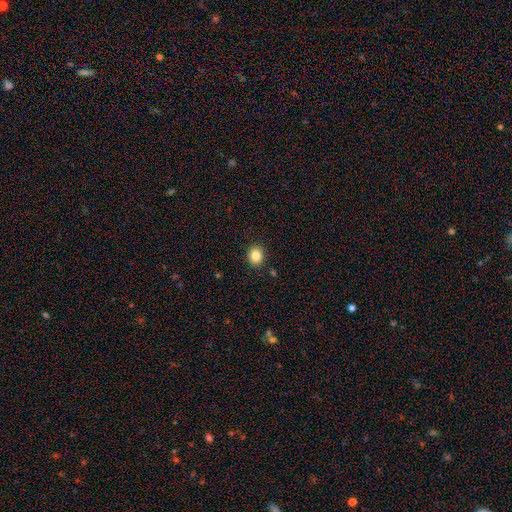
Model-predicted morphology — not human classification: smooth_or_featured: smooth (p=0.86) [alt: star or artifact p=0.10]
how_rounded: round (p=0.61) [alt: in between p=0.38]
merging: none (p=0.90) [alt: minor disturbance p=0.07]